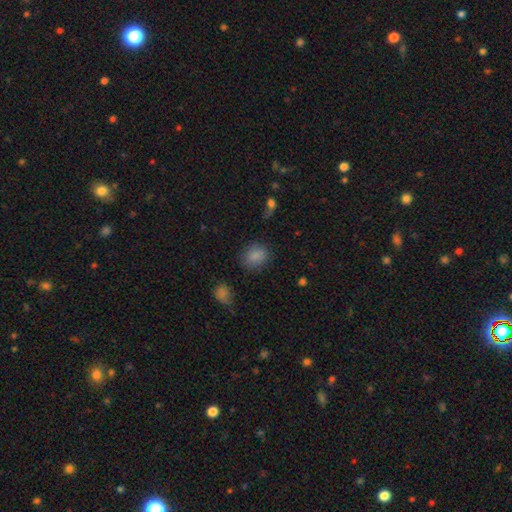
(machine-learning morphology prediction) type=smooth (84%); roundness=round (53%); merging=none (80%).